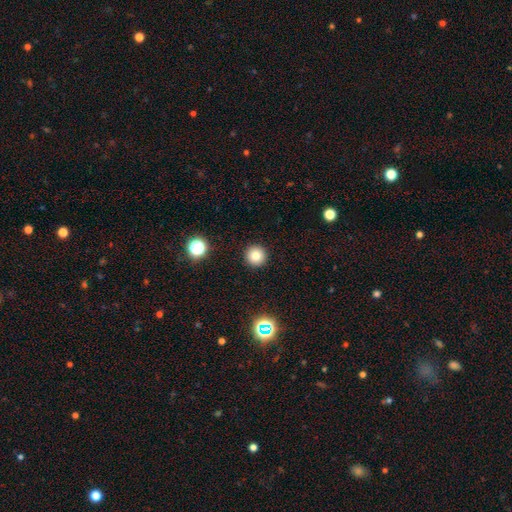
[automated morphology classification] Overall: smooth (80%). How rounded: round (96%). Merging: none (93%).